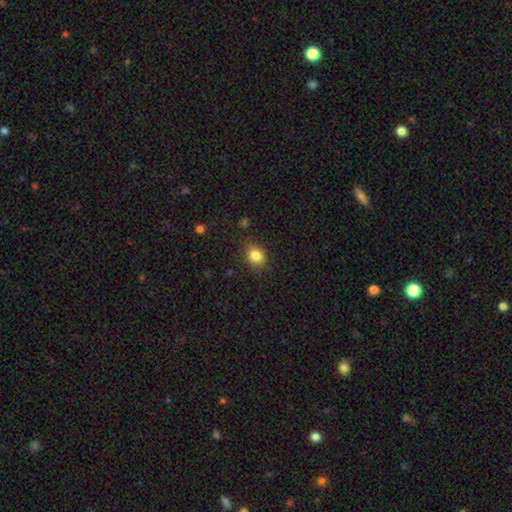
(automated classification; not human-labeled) A smooth galaxy with no disk features (84%) that is round (62%).

Vote fractions:
- Smooth or featured? smooth: 84% / star or artifact: 11% / featured or disk: 5%
- How rounded? round: 62% / in between: 37% / cigar-shaped: 1%
- Merging? none: 84% / minor disturbance: 12% / major disturbance: 3% / merger: 1%